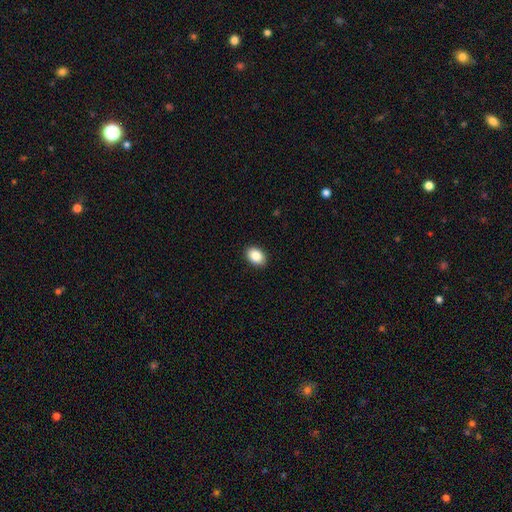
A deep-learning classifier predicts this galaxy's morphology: smooth-or-featured: smooth: 87% | star or artifact: 8% | featured or disk: 5%
  how-rounded: in between: 80% | round: 19% | cigar-shaped: 1%
  merging: none: 89% | minor disturbance: 8% | major disturbance: 2% | merger: 1%